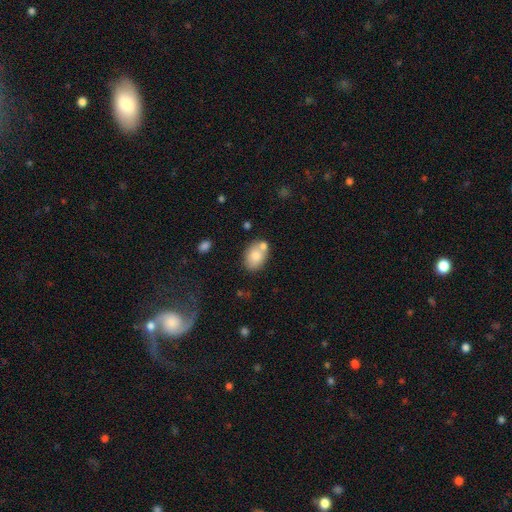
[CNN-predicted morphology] Q: Smooth or featured?
A: smooth (78%); runner-up: featured or disk (14%)
Q: How rounded?
A: in between (78%); runner-up: round (21%)
Q: Merging?
A: none (59%); runner-up: merger (22%)